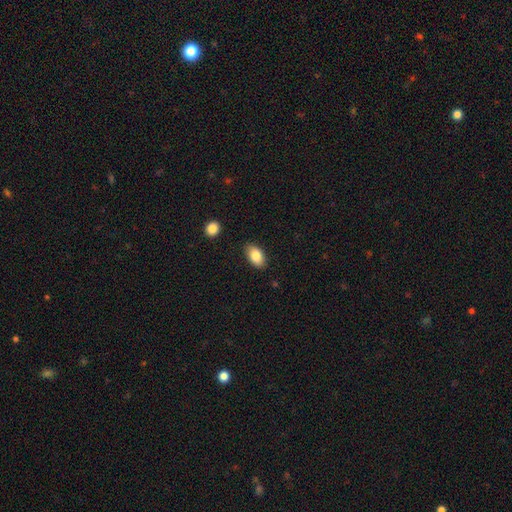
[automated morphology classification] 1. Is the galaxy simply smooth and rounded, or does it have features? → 83% smooth, 9% featured or disk, 7% star or artifact.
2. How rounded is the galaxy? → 92% in between, 6% round, 2% cigar-shaped.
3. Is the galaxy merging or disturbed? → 86% none, 10% minor disturbance, 2% major disturbance, 2% merger.